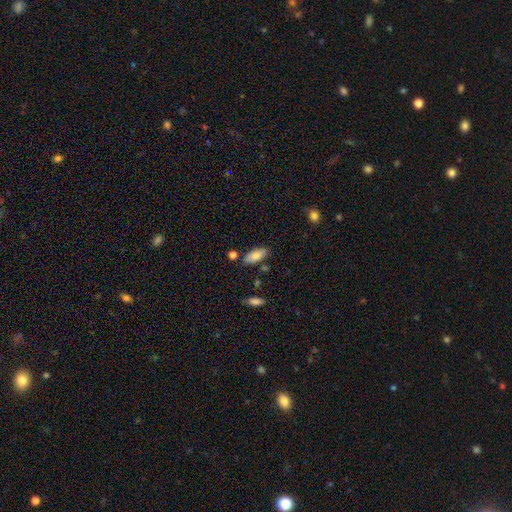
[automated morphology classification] smooth 82%, featured or disk 11%, star or artifact 7%. Down the decision tree: how rounded — in between (86%); merging — none (78%).